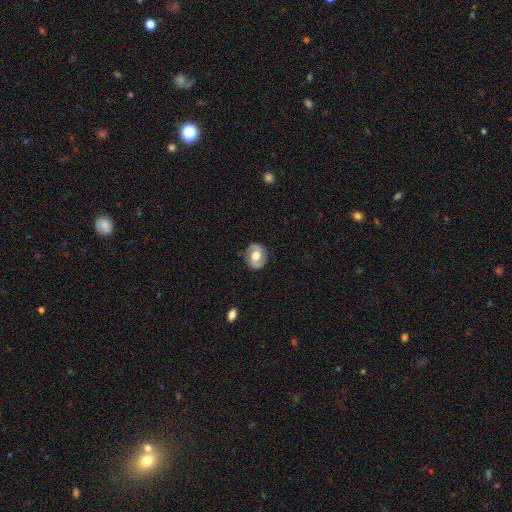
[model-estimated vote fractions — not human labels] smooth-or-featured: featured or disk: 73% | smooth: 21% | star or artifact: 6%
  disk-edge-on: no: 97% | yes: 3%
    bar: no: 44% | weak: 40% | strong: 16%
    has-spiral-arms: yes: 88% | no: 12%
      spiral-winding: medium: 49% | tight: 30% | loose: 21%
      spiral-arm-count: 2: 91% | can't tell: 4% | 1: 2% | 3: 1% | 4: 1% | more than 4: 1%
    bulge-size: moderate: 63% | large: 28% | small: 6% | dominant: 2% | none: 1%
  merging: none: 84% | minor disturbance: 11% | major disturbance: 3% | merger: 1%